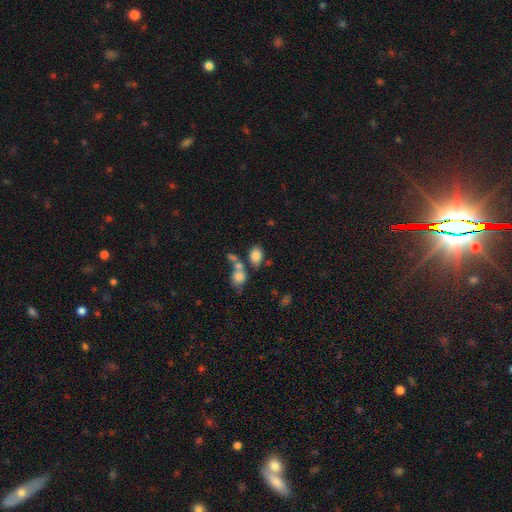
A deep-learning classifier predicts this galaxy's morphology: Smooth or featured? smooth (80%)
How rounded? in between (74%)
Merging? none (53%)